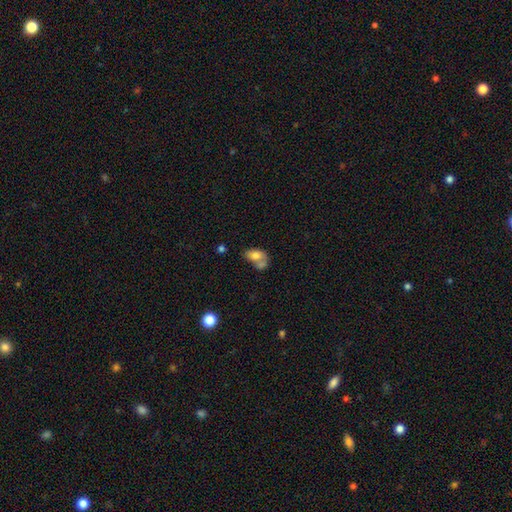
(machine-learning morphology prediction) Smooth or featured?
  - smooth: 71% *
  - featured or disk: 20%
  - star or artifact: 9%
How rounded?
  - in between: 84% *
  - round: 14%
  - cigar-shaped: 2%
Merging?
  - merger: 49% *
  - none: 23%
  - minor disturbance: 15%
  - major disturbance: 13%